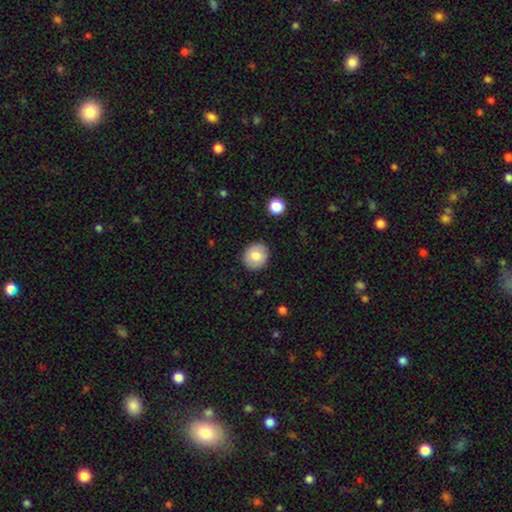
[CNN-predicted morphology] A smooth galaxy with no disk features (79%) that is round (80%).

Vote fractions:
- Smooth or featured? smooth: 79% / featured or disk: 13% / star or artifact: 8%
- How rounded? round: 80% / in between: 19% / cigar-shaped: 1%
- Merging? none: 90% / minor disturbance: 7% / major disturbance: 2% / merger: 1%